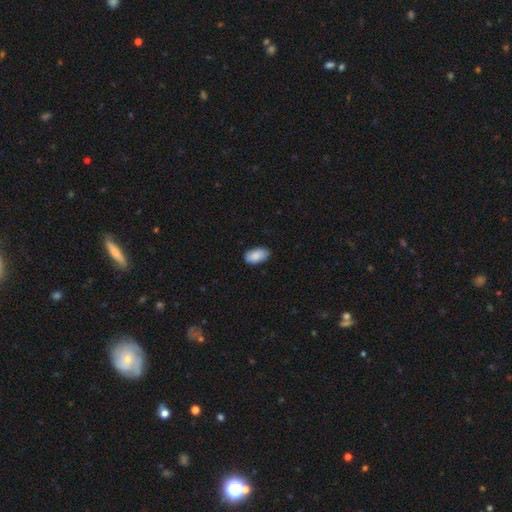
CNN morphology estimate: A smooth galaxy with no disk features (87%) that is in between round and cigar-shaped (95%). Merging: none (83%).